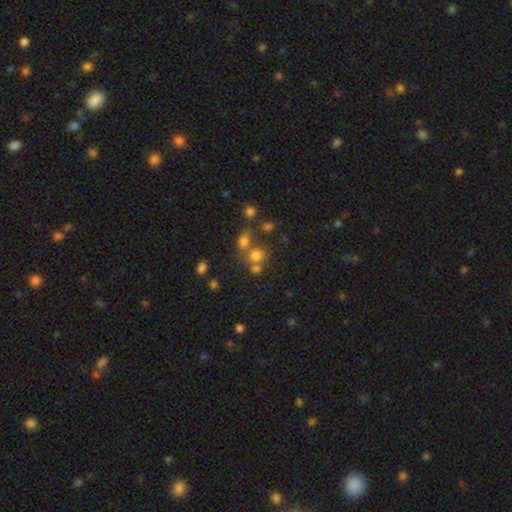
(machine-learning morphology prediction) smooth 68%, star or artifact 20%, featured or disk 11%. Down the decision tree: how rounded — round (75%); merging — none (49%).